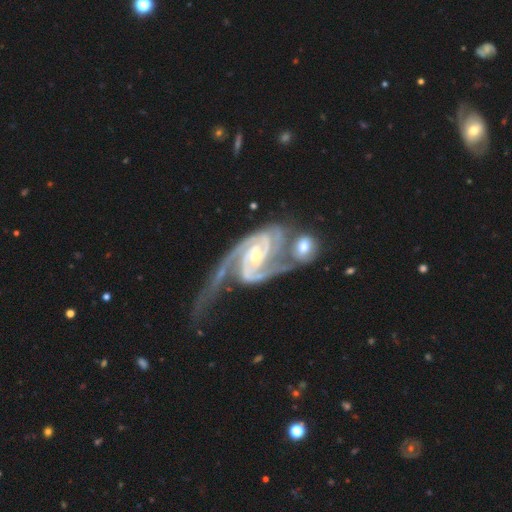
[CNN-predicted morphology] featured or disk 94%, star or artifact 4%, smooth 3%. Down the decision tree: edge-on disk — no (97%); bar — weak (38%); spiral arms — yes (99%); spiral arm count — 2 (53%); spiral winding — tight (53%); bulge size — small (54%); merging — merger (39%).